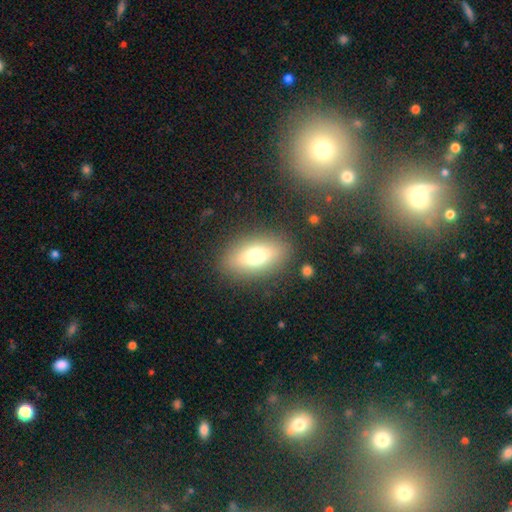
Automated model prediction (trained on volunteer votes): Smooth or featured: smooth — 69% (featured or disk — 21%)
How rounded: in between — 82% (cigar-shaped — 10%)
Merging: none — 85% (minor disturbance — 9%)